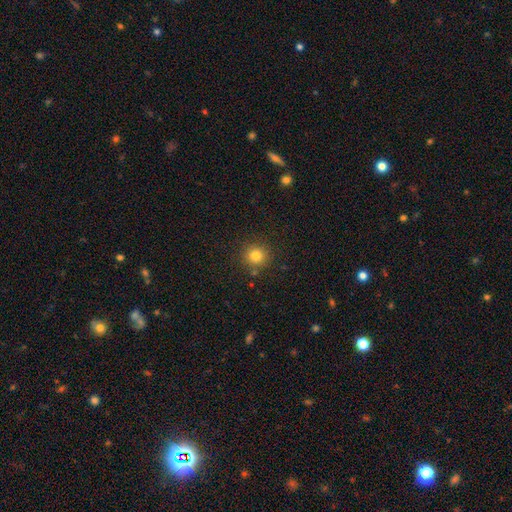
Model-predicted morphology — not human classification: smooth 81%, star or artifact 13%, featured or disk 6%. Down the decision tree: how rounded — round (93%); merging — none (87%).